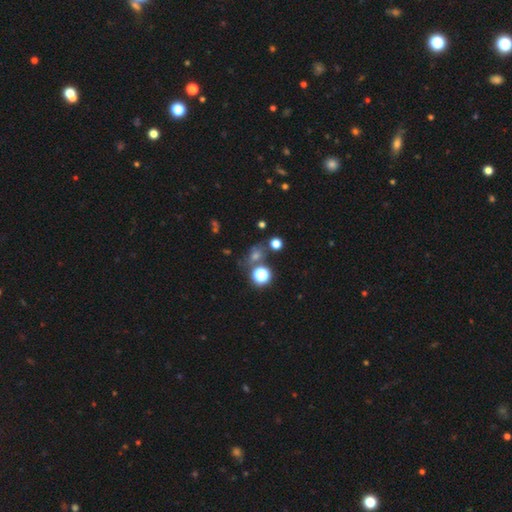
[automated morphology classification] star or artifact 46%, smooth 42%, featured or disk 11%.